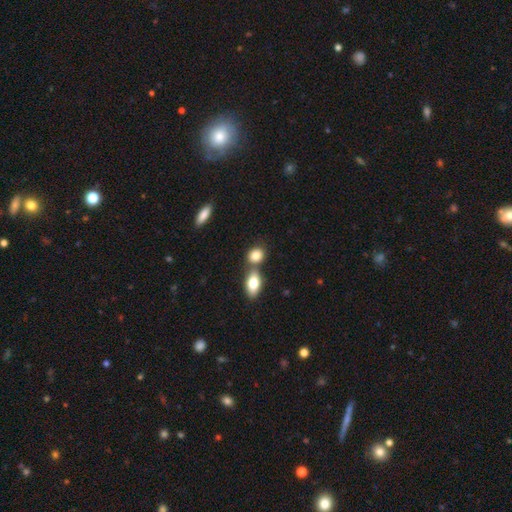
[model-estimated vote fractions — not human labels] Morphology: type=smooth (83%); roundness=in between (57%); merging=none (49%).